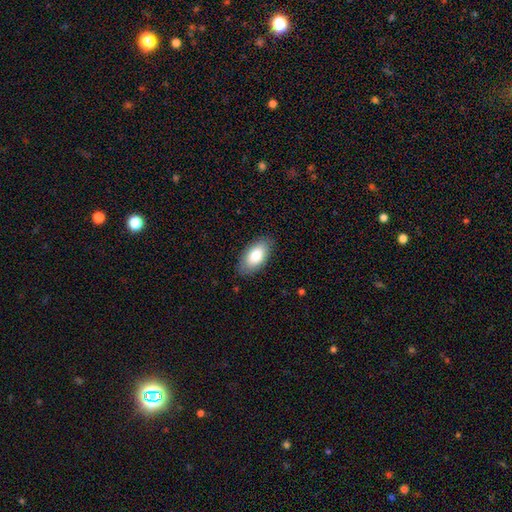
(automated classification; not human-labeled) Q: Smooth or featured?
A: smooth (80%); runner-up: featured or disk (14%)
Q: How rounded?
A: in between (94%); runner-up: cigar-shaped (4%)
Q: Merging?
A: none (85%); runner-up: minor disturbance (11%)